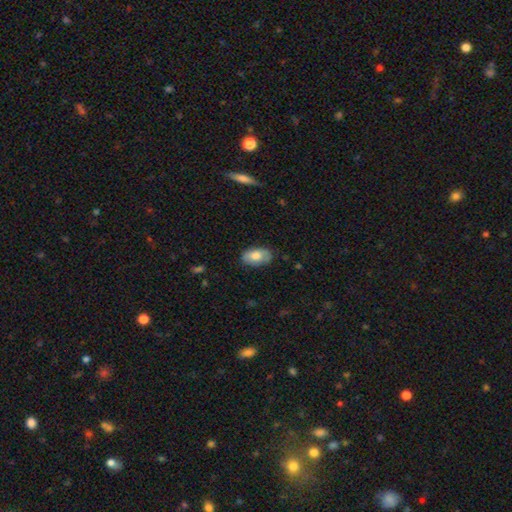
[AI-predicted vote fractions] Smooth or featured? Predicted: smooth (p=0.75). How rounded? Predicted: in between (p=0.93). Merging? Predicted: none (p=0.79).